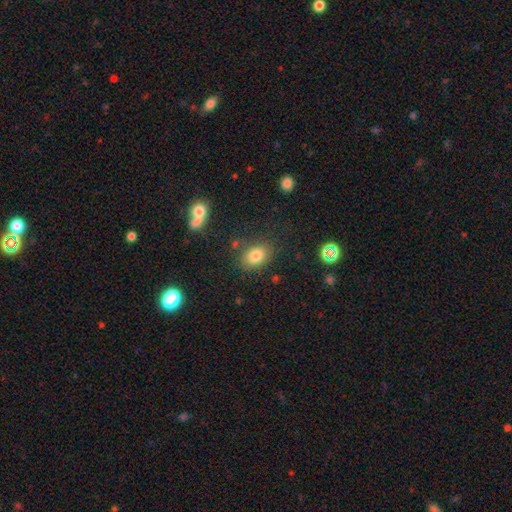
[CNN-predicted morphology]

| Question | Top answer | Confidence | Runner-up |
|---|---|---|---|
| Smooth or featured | smooth | 80% | star or artifact (11%) |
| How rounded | in between | 74% | round (25%) |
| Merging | none | 79% | minor disturbance (13%) |